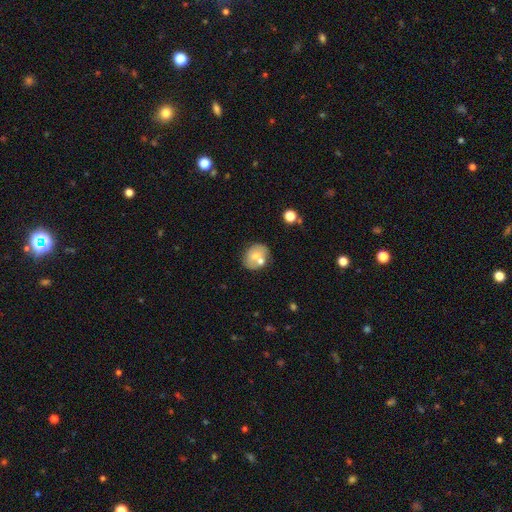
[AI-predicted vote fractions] The model was most divided on "how rounded": round: 63%, in between: 36%, cigar-shaped: 1%. More confident: smooth or featured — smooth (60%); merging — none (55%).